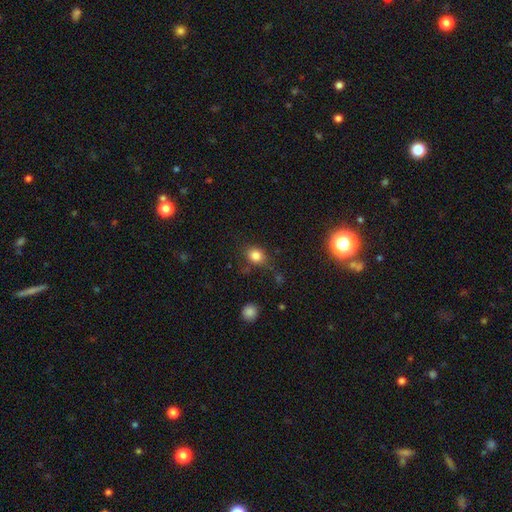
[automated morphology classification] Smooth or featured? smooth (82%)
How rounded? round (58%)
Merging? none (73%)